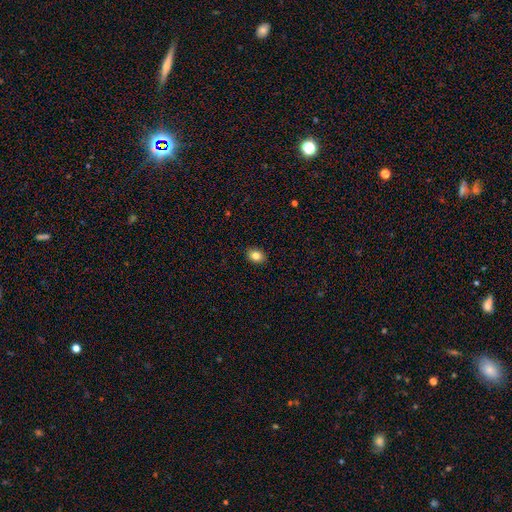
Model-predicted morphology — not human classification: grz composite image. It shows a smooth galaxy with no disk features (83%) that is in between round and cigar-shaped (64%). Merging: none (90%).